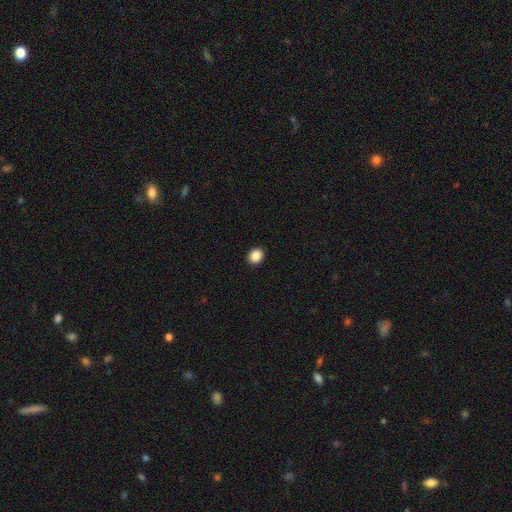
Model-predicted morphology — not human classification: Smooth or featured? Predicted: smooth (p=0.87). How rounded? Predicted: round (p=0.67). Merging? Predicted: none (p=0.92).